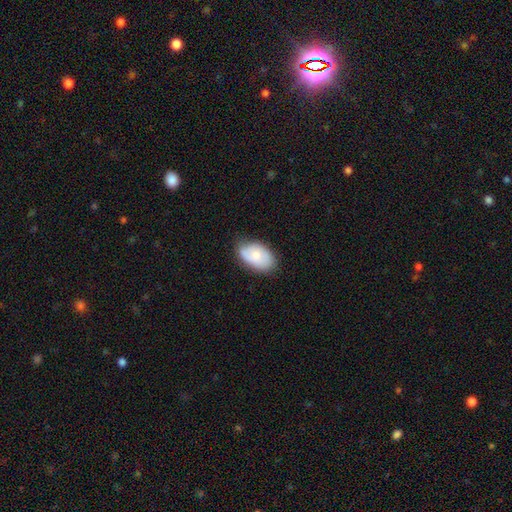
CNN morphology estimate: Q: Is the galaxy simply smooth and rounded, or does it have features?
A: smooth — 63%.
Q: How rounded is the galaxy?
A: in between — 91%.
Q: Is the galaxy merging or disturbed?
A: none — 69%.